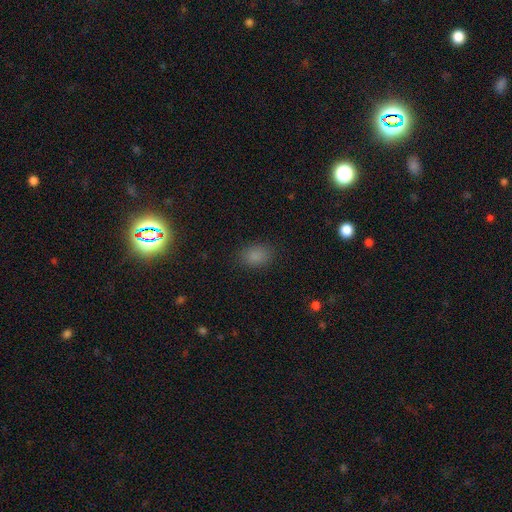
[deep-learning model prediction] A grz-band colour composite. It shows a smooth galaxy with no disk features (82%) that is in between round and cigar-shaped (75%). Merging: none (84%).